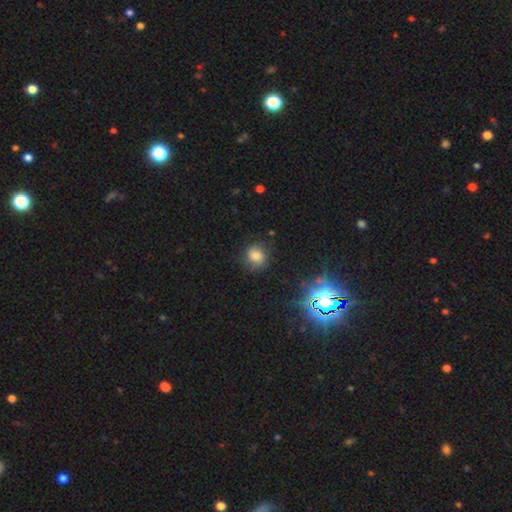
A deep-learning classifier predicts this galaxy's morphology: Smooth or featured? smooth (69%)
How rounded? round (69%)
Merging? none (68%)